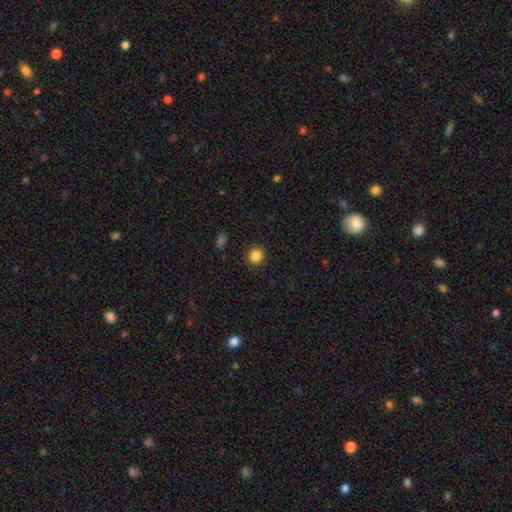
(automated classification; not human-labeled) Overall: smooth (85%). How rounded: round (84%). Merging: none (90%).